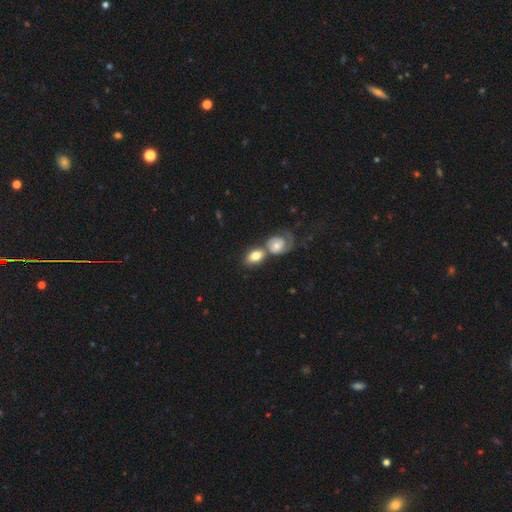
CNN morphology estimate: smooth_or_featured: smooth (p=0.66) [alt: featured or disk p=0.27]
how_rounded: in between (p=0.79) [alt: round p=0.19]
merging: merger (p=0.51) [alt: none p=0.32]